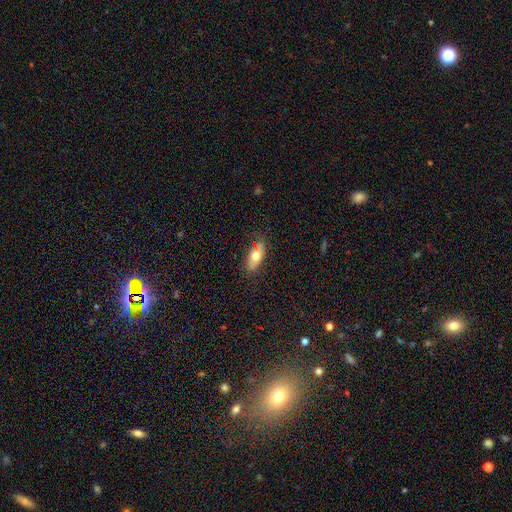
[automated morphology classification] The model was most divided on "smooth or featured": smooth: 68%, featured or disk: 23%, star or artifact: 8%. More confident: how rounded — in between (78%); merging — none (71%).